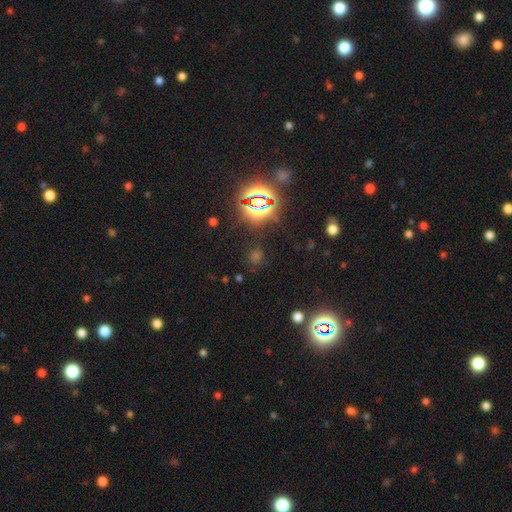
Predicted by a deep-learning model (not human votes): Smooth or featured: star or artifact — 67% (smooth — 26%)